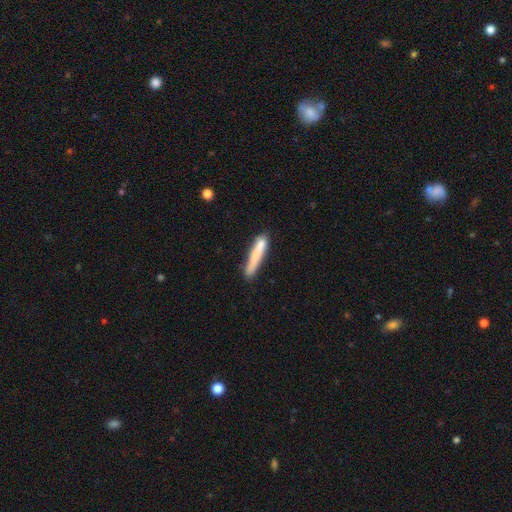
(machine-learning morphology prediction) Overall: smooth (76%). How rounded: cigar-shaped (93%). Merging: none (73%).